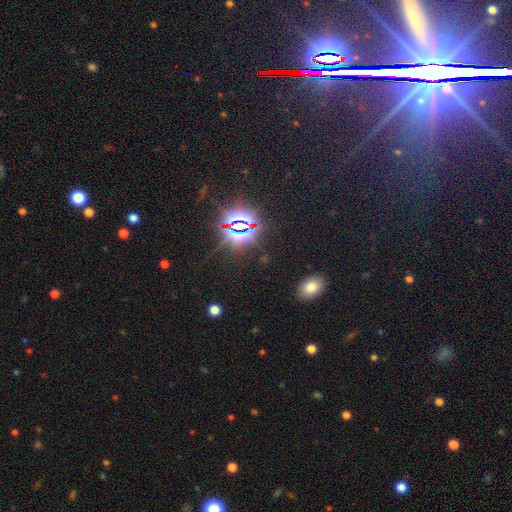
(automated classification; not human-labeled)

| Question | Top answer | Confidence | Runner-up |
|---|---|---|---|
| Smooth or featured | star or artifact | 80% | smooth (11%) |